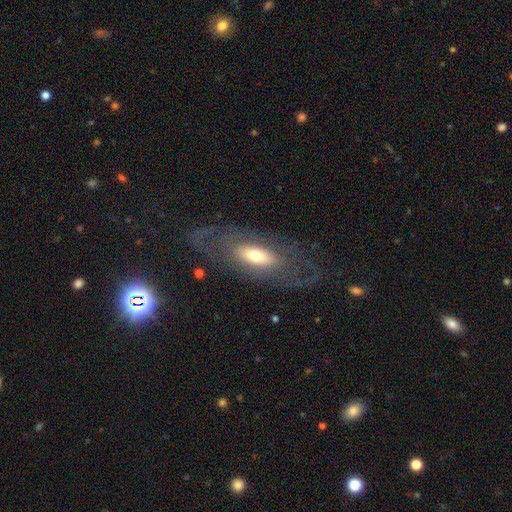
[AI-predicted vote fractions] Smooth or featured? featured or disk (53%)
Edge-on disk? no (78%)
Merging? none (64%)